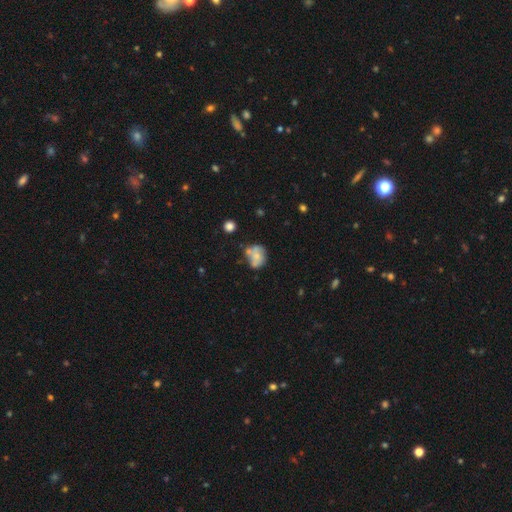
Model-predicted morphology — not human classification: Smooth or featured? Predicted: smooth (p=0.57). How rounded? Predicted: round (p=0.50). Merging? Predicted: none (p=0.36).